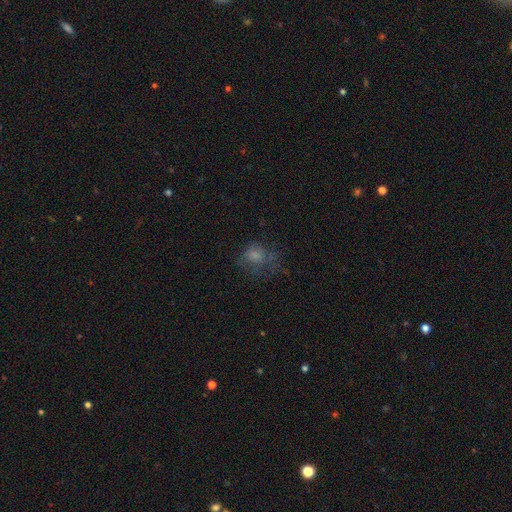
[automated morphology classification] This is likely a smooth galaxy (65%). How rounded: possibly round (55%). Merging: marginally none (42%).